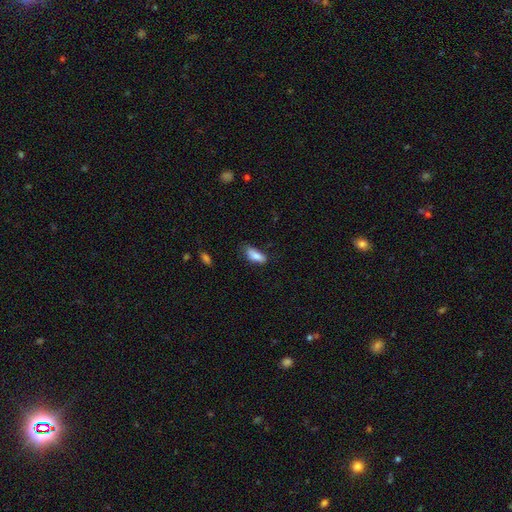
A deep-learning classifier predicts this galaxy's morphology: A smooth galaxy with no disk features (84%) that is in between round and cigar-shaped (80%).

Vote fractions:
- Smooth or featured? smooth: 84% / featured or disk: 9% / star or artifact: 7%
- How rounded? in between: 80% / cigar-shaped: 18% / round: 2%
- Merging? none: 56% / minor disturbance: 33% / major disturbance: 8% / merger: 3%